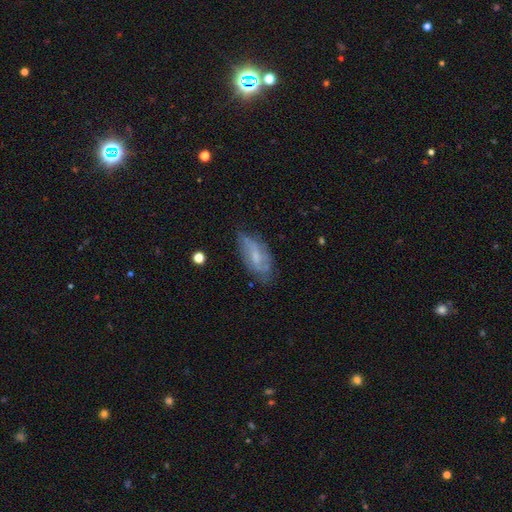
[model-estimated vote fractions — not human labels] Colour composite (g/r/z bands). It shows a smooth galaxy with no disk features (46%). Merging: none (57%).